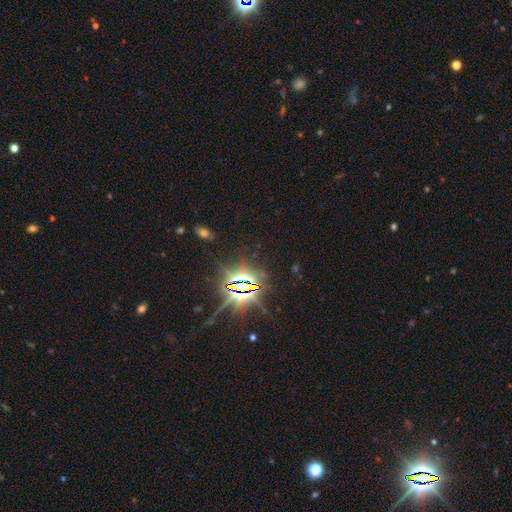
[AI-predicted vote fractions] Smooth or featured? star or artifact (86%)